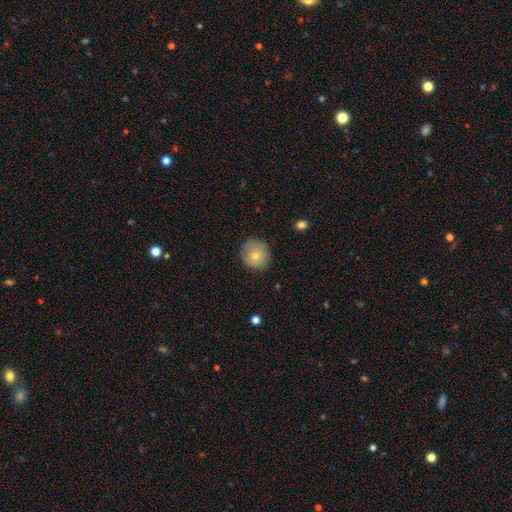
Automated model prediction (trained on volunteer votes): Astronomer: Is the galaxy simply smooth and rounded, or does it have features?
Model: smooth — 74%.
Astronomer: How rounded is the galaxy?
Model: round — 90%.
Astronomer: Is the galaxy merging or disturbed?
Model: none — 85%.